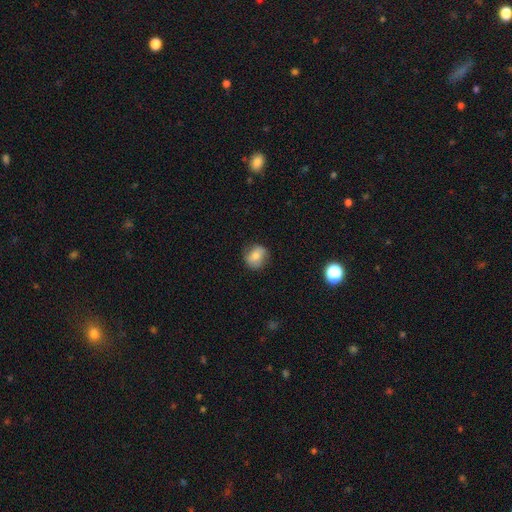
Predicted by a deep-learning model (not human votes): smooth_or_featured: smooth (p=0.73) [alt: featured or disk p=0.18]
how_rounded: round (p=0.66) [alt: in between p=0.32]
merging: none (p=0.75) [alt: minor disturbance p=0.19]